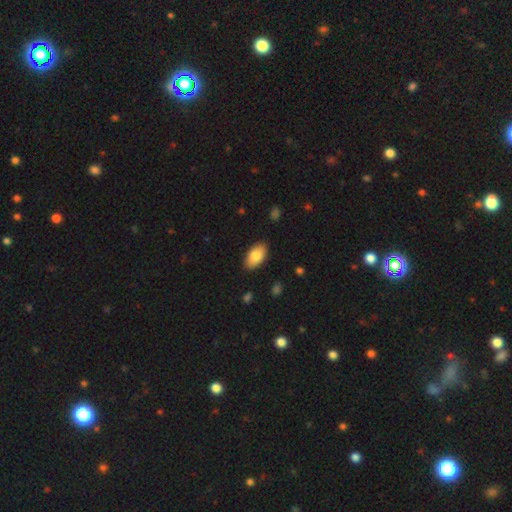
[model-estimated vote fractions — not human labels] This appears to be a smooth galaxy with no disk features (84%) that is in between round and cigar-shaped (94%). Merging: none (87%).